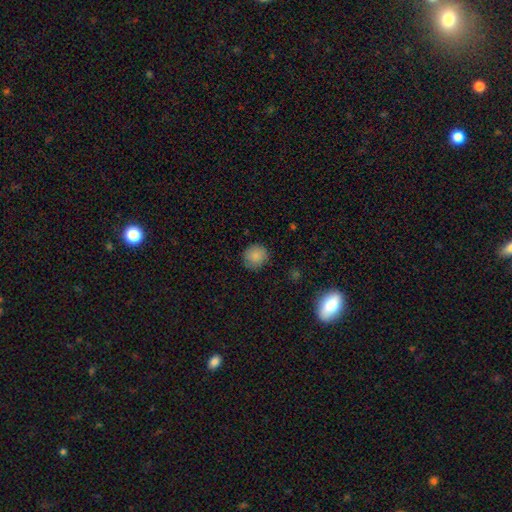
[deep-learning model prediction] smooth 86%, star or artifact 9%, featured or disk 5%. Down the decision tree: how rounded — round (91%); merging — none (87%).